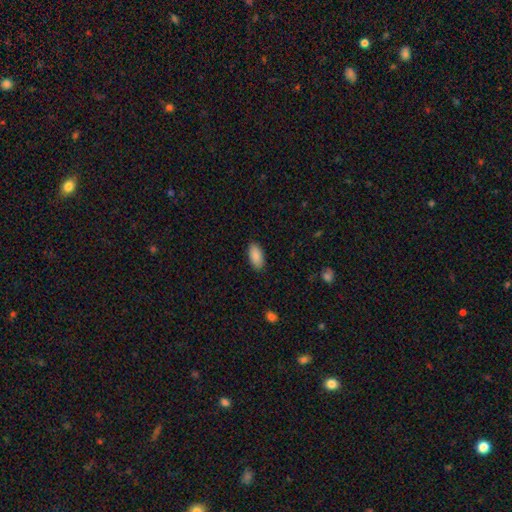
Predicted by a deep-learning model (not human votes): A smooth galaxy with no disk features (90%) that is in between round and cigar-shaped (92%). Merging: none (89%).